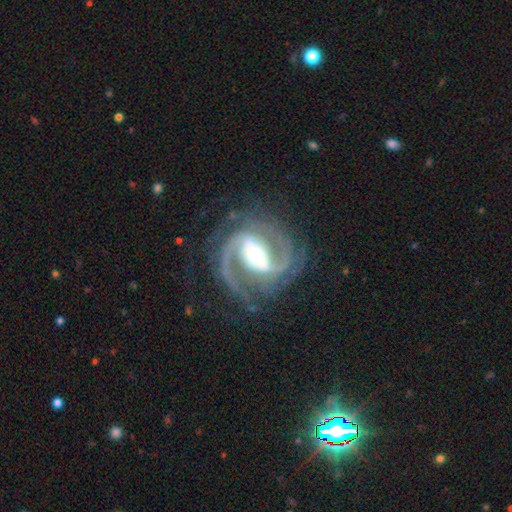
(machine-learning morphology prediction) A featured or disk galaxy (93%) with a strong bar (48%), 2 (80%) medium (53%) spiral arms (98%) and a moderate central bulge (62%).

Vote fractions:
- Smooth or featured? featured or disk: 93% / star or artifact: 4% / smooth: 3%
- Edge-on disk? no: 98% / yes: 2%
- Bar? strong: 48% / weak: 33% / no: 19%
- Spiral arms? yes: 98% / no: 2%
- Spiral winding? medium: 53% / tight: 37% / loose: 10%
- Spiral arm count? 2: 80% / 3: 10% / can't tell: 3% / 4: 2% / 1: 2% / more than 4: 2%
- Bulge size? moderate: 62% / small: 27% / large: 10% / dominant: 1% / none: 1%
- Merging? none: 78% / minor disturbance: 13% / major disturbance: 7% / merger: 1%